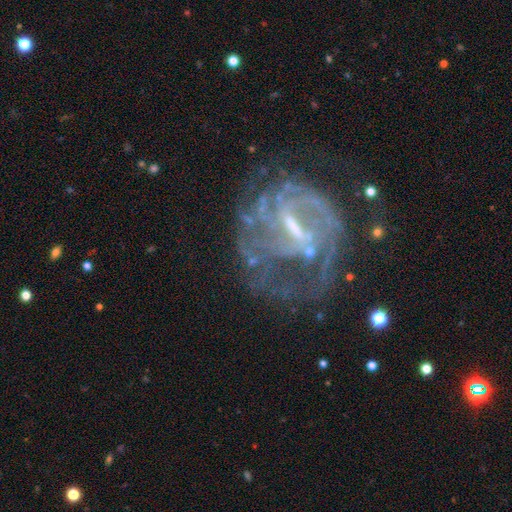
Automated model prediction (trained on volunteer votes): Smooth or featured: featured or disk — 84% (star or artifact — 9%)
Edge-on disk: no — 97% (yes — 3%)
Bar: weak — 49% (strong — 35%)
Spiral arms: yes — 85% (no — 15%)
Spiral winding: tight — 46% (medium — 40%)
Spiral arm count: can't tell — 40% (2 — 25%)
Bulge size: small — 48% (moderate — 28%)
Merging: none — 50% (major disturbance — 27%)